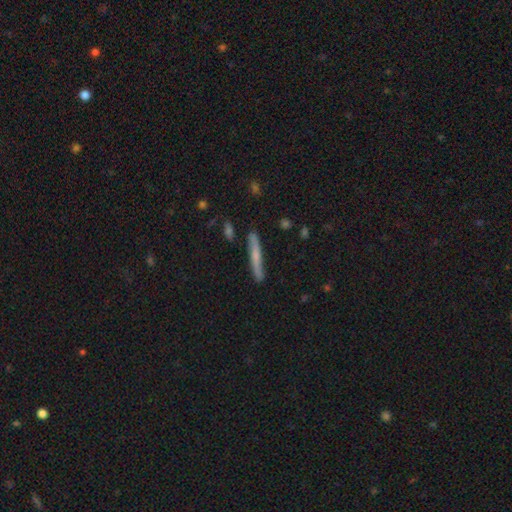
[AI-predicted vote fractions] smooth-or-featured: smooth: 52% | featured or disk: 41% | star or artifact: 7%
  how-rounded: cigar-shaped: 94% | in between: 4% | round: 2%
  merging: none: 81% | minor disturbance: 13% | merger: 3% | major disturbance: 2%